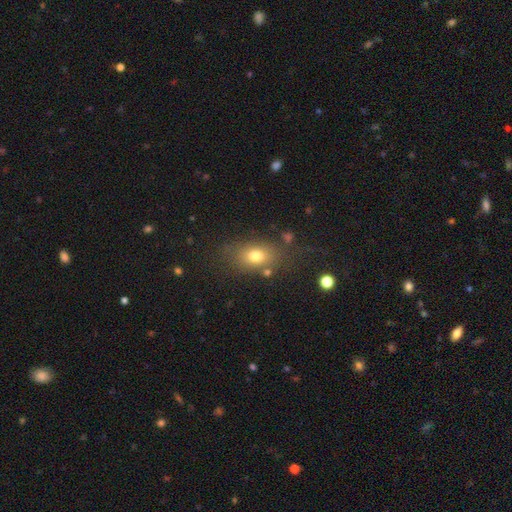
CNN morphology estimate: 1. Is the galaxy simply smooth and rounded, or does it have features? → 75% smooth, 13% featured or disk, 12% star or artifact.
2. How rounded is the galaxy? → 73% in between, 25% round, 2% cigar-shaped.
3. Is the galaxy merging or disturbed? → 72% none, 15% minor disturbance, 8% major disturbance, 6% merger.